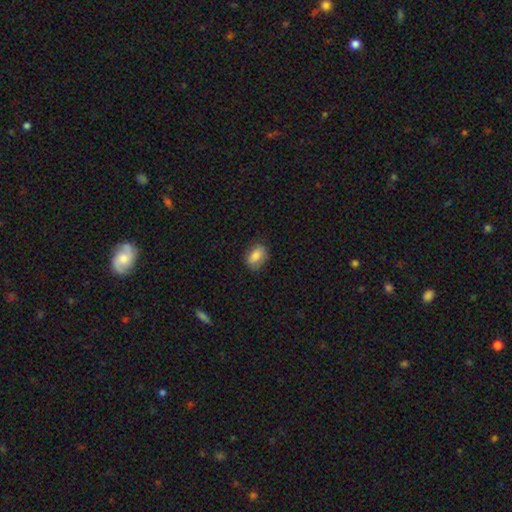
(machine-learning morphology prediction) A smooth galaxy with no disk features (82%) that is in between round and cigar-shaped (79%).

Vote fractions:
- Smooth or featured? smooth: 82% / featured or disk: 10% / star or artifact: 8%
- How rounded? in between: 79% / round: 18% / cigar-shaped: 2%
- Merging? none: 77% / minor disturbance: 18% / major disturbance: 4% / merger: 1%